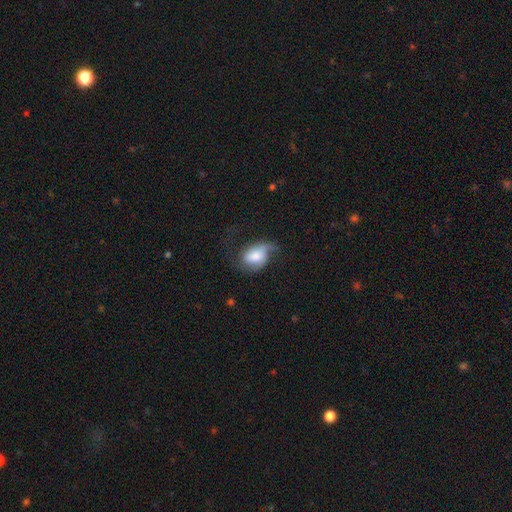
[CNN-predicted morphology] Smooth or featured? smooth (47%)
Merging? none (37%)